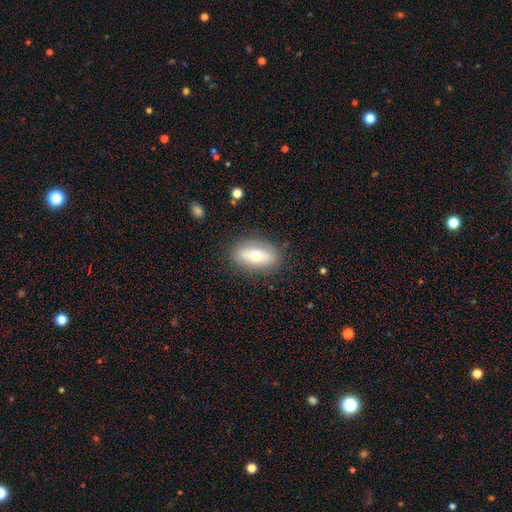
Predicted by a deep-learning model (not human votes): Morphology: type=smooth (59%); roundness=in between (87%); merging=none (83%).